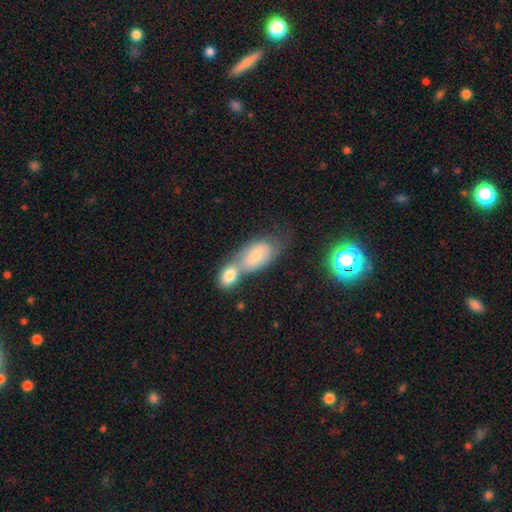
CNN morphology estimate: The model was most divided on "smooth or featured": smooth: 52%, featured or disk: 36%, star or artifact: 12%. More confident: how rounded — in between (84%); merging — merger (62%).